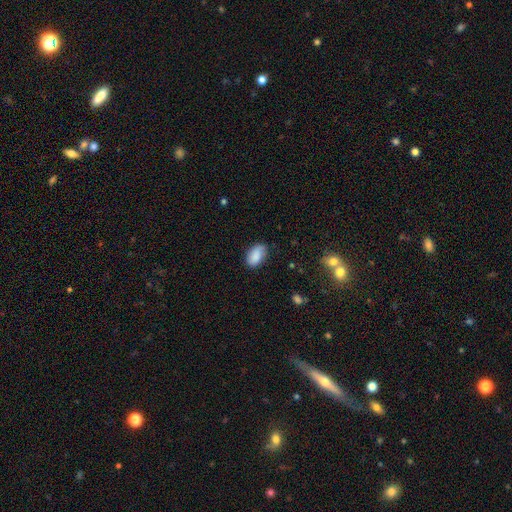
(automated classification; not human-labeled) Smooth or featured? smooth (83%)
How rounded? in between (91%)
Merging? none (72%)